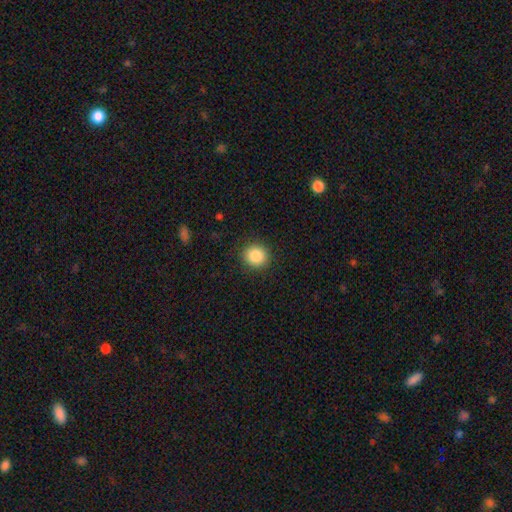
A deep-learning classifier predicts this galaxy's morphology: A smooth galaxy with no disk features (87%) that is round (89%).

Vote fractions:
- Smooth or featured? smooth: 87% / star or artifact: 9% / featured or disk: 4%
- How rounded? round: 89% / in between: 10% / cigar-shaped: 1%
- Merging? none: 91% / minor disturbance: 6% / major disturbance: 2% / merger: 1%